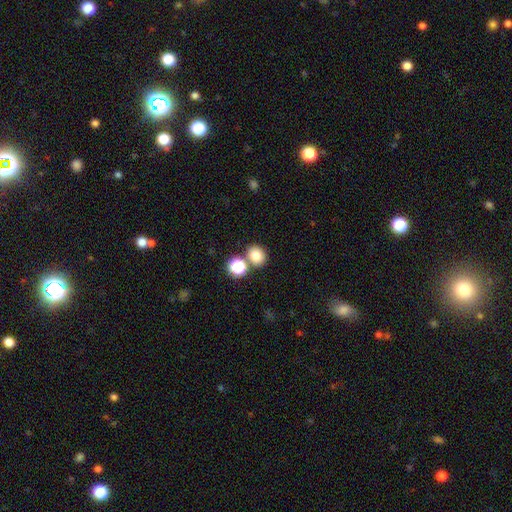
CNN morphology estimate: This appears to be a smooth galaxy with no disk features (79%) that is round (72%). Merging: none (71%).